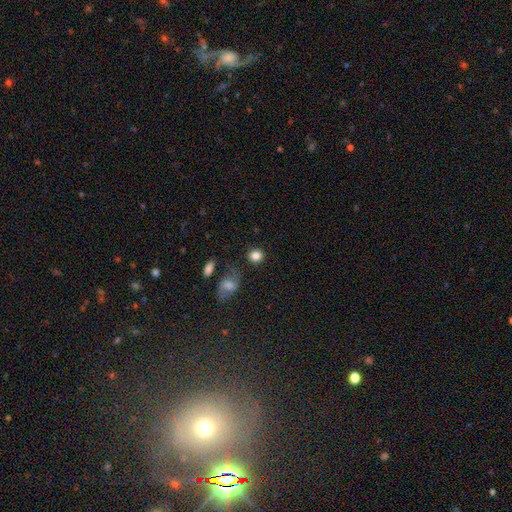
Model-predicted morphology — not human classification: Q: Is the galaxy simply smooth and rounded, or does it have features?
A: smooth — 85%.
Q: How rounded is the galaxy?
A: round — 84%.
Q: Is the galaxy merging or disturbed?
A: none — 80%.